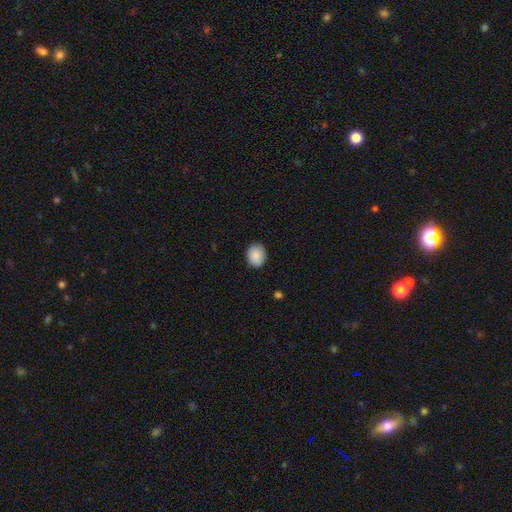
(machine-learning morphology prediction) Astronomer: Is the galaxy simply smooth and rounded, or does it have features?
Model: smooth — 87%.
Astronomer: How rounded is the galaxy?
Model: round — 57% (runner-up: in between, 42%).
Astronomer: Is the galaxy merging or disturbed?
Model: none — 85%.